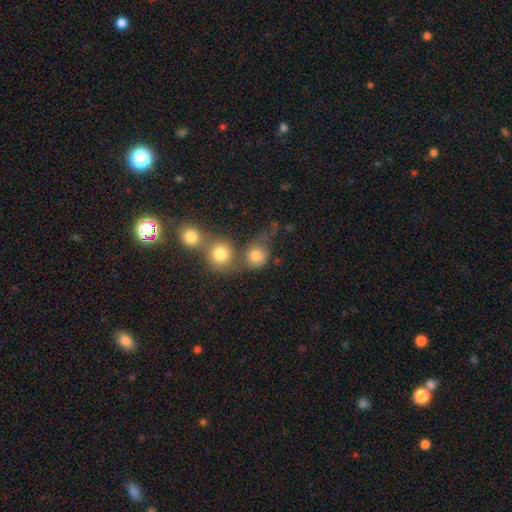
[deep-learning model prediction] Overall: smooth (79%). How rounded: round (82%). Merging: merger (43%; none 39%).